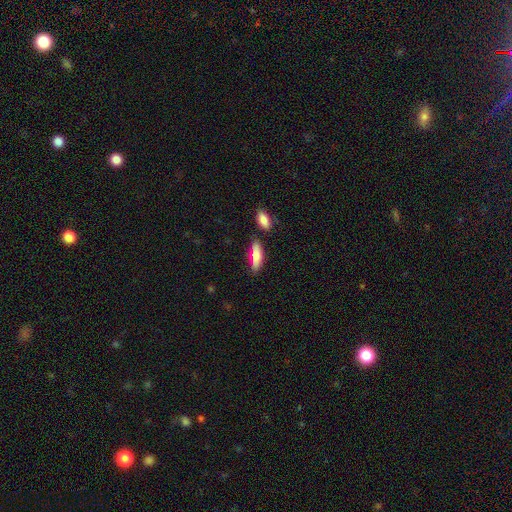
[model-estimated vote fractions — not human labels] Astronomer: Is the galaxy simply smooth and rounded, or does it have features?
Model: smooth — 75%.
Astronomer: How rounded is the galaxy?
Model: in between — 53% (runner-up: cigar-shaped, 45%).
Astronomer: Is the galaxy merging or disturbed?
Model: none — 70%.